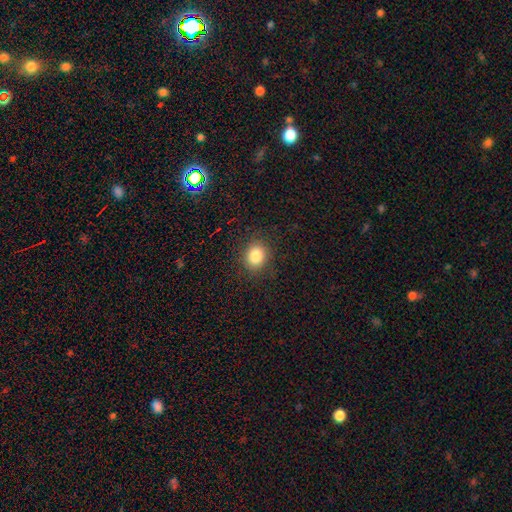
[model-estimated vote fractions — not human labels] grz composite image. It shows a smooth galaxy with no disk features (84%) that is round (65%). Merging: none (87%).